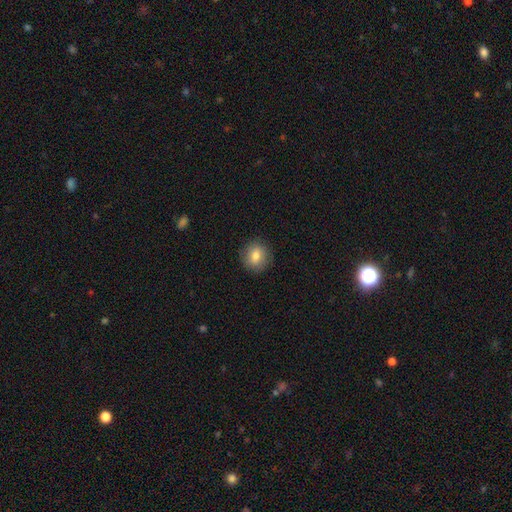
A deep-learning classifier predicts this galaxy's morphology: type=smooth (79%); roundness=round (85%); merging=none (88%).